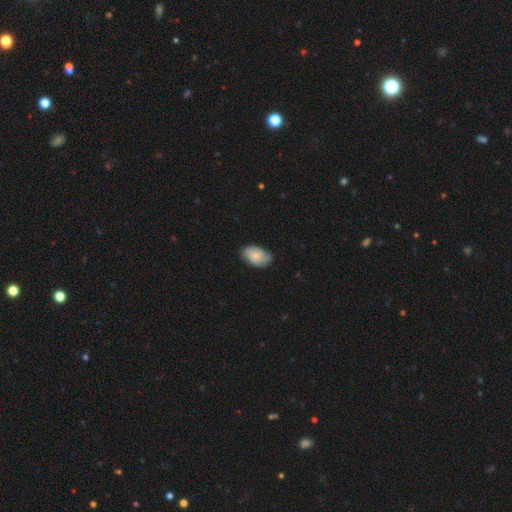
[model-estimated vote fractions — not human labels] Q: Smooth or featured?
A: smooth (72%); runner-up: featured or disk (21%)
Q: How rounded?
A: in between (90%); runner-up: round (9%)
Q: Merging?
A: none (76%); runner-up: minor disturbance (20%)